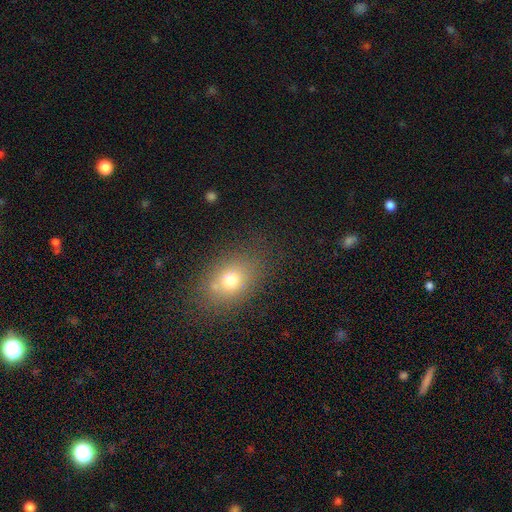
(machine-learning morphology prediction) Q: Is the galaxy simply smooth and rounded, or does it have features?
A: smooth — 69%.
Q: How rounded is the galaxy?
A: in between — 66%.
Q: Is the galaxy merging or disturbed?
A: none — 84%.